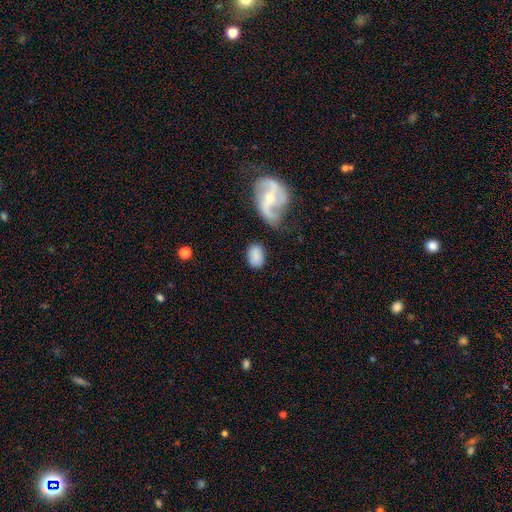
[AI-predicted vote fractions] Morphology: type=smooth (74%); roundness=in between (85%); merging=none (66%).